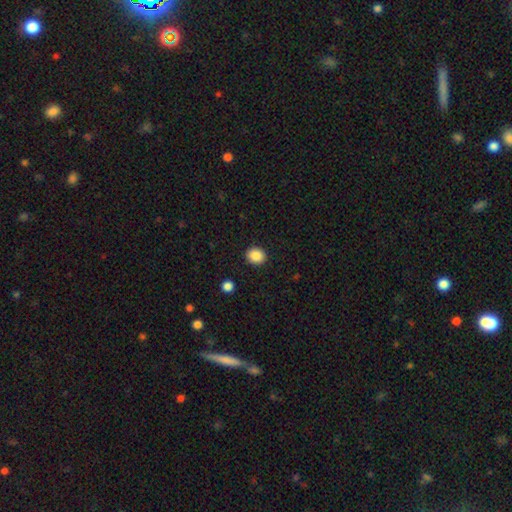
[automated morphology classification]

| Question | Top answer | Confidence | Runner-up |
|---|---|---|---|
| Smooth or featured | smooth | 88% | star or artifact (9%) |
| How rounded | round | 75% | in between (25%) |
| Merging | none | 91% | minor disturbance (6%) |